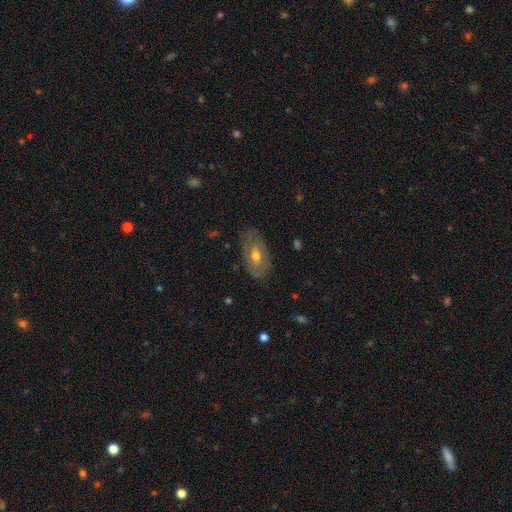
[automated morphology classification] Q: Smooth or featured?
A: featured or disk (56%); runner-up: smooth (36%)
Q: Edge-on disk?
A: no (89%); runner-up: yes (11%)
Q: Merging?
A: none (78%); runner-up: minor disturbance (16%)